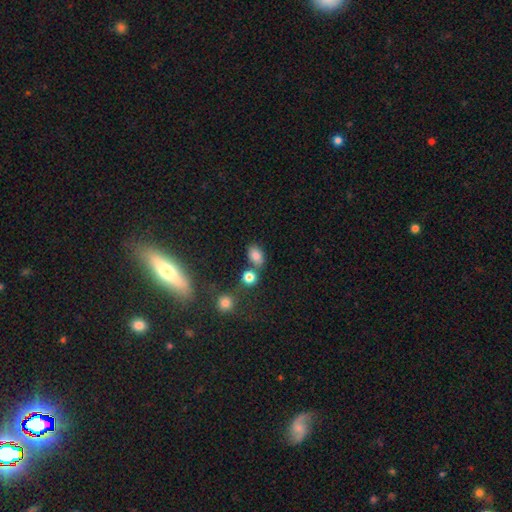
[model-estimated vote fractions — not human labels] Overall: smooth (79%). How rounded: in between (78%). Merging: none (65%).